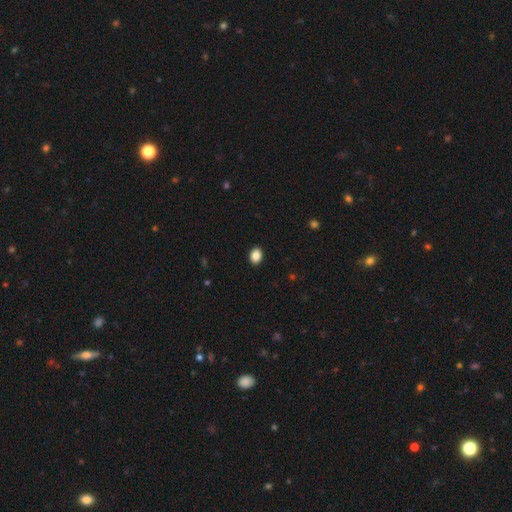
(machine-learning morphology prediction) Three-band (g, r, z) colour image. It shows a smooth galaxy with no disk features (87%) that is in between round and cigar-shaped (65%). Merging: none (91%).